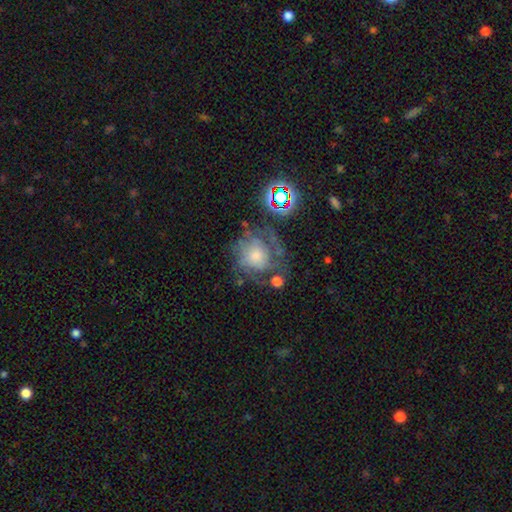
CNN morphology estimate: Smooth or featured?
  - featured or disk: 53% *
  - smooth: 34%
  - star or artifact: 13%
Edge-on disk?
  - no: 97% *
  - yes: 3%
Bar?
  - no: 82% *
  - weak: 15%
  - strong: 3%
Spiral arms?
  - yes: 68% *
  - no: 32%
Bulge size?
  - moderate: 40% *
  - small: 28%
  - large: 20%
  - none: 9%
  - dominant: 3%
Merging?
  - none: 49% *
  - major disturbance: 24%
  - minor disturbance: 21%
  - merger: 6%